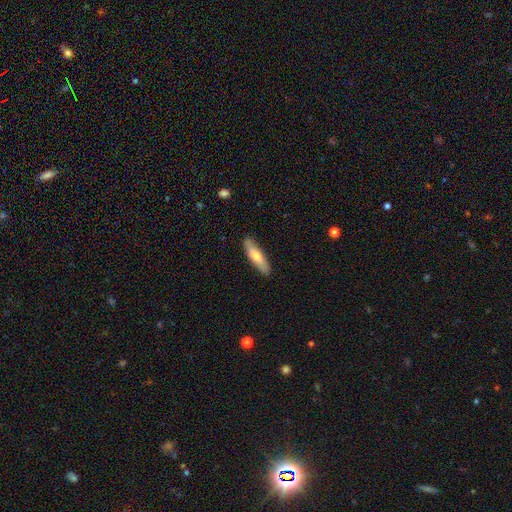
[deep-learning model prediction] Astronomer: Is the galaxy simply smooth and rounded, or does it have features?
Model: smooth — 66%.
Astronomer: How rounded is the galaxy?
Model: cigar-shaped — 72%.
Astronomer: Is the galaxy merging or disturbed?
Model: none — 85%.